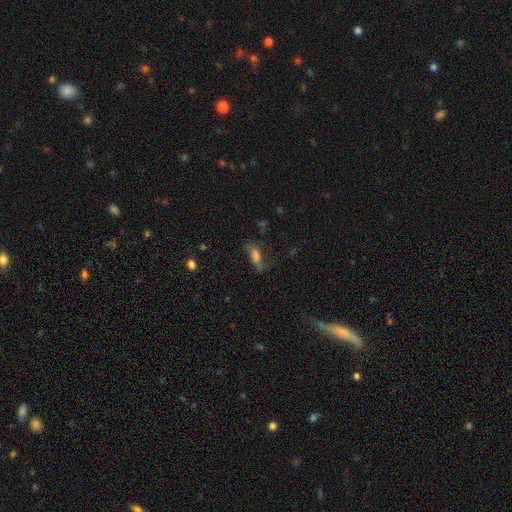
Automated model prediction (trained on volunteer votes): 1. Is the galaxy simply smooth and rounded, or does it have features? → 56% smooth, 30% featured or disk, 14% star or artifact.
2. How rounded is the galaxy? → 63% in between, 33% cigar-shaped, 4% round.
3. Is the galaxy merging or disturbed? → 52% none, 25% minor disturbance, 21% major disturbance, 3% merger.